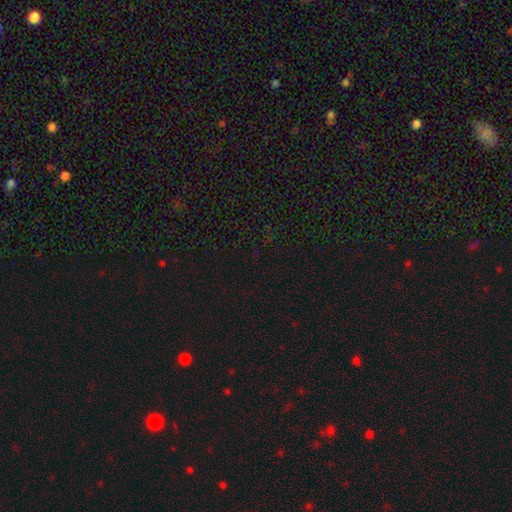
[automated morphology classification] A star or artifact, not a galaxy (73%).